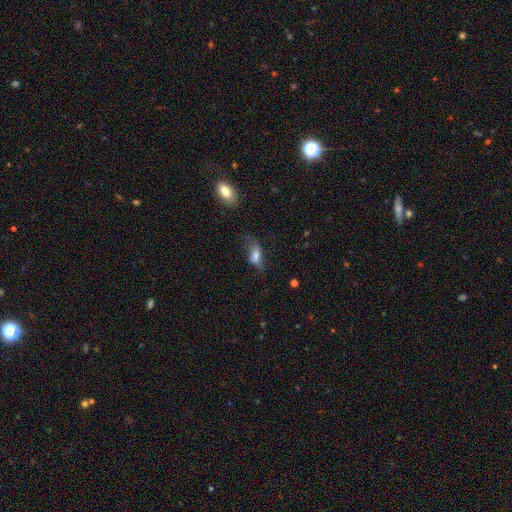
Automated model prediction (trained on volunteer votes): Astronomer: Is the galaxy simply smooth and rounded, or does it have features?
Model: smooth — 64%.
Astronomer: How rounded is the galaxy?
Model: in between — 81%.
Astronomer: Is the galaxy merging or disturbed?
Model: none — 37% (runner-up: major disturbance, 31%).